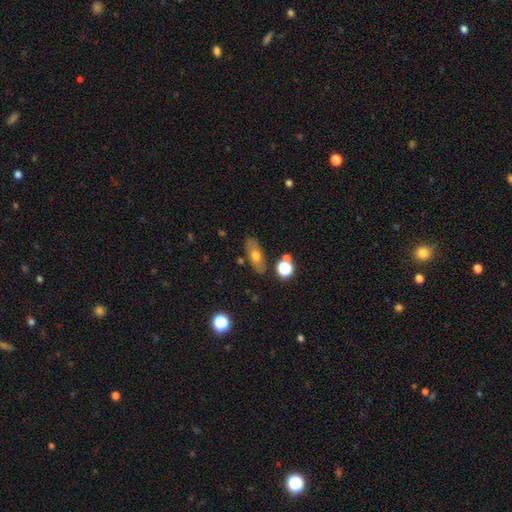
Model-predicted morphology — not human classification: Overall: smooth (62%; featured or disk 29%). How rounded: in between (80%). Merging: none (78%).